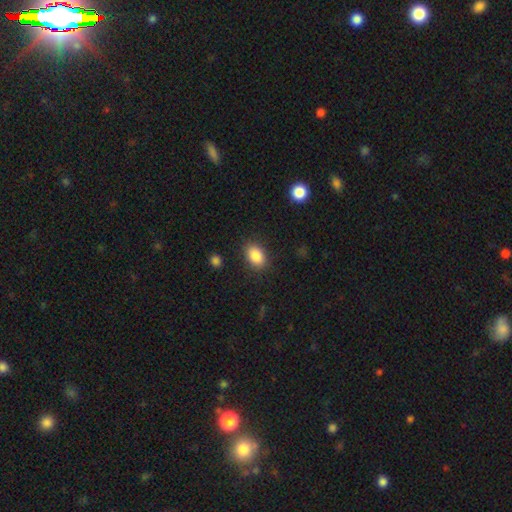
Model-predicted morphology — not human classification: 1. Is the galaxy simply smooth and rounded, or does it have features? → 87% smooth, 8% star or artifact, 5% featured or disk.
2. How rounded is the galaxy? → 83% in between, 15% round, 1% cigar-shaped.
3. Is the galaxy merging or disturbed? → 86% none, 9% minor disturbance, 3% major disturbance, 1% merger.